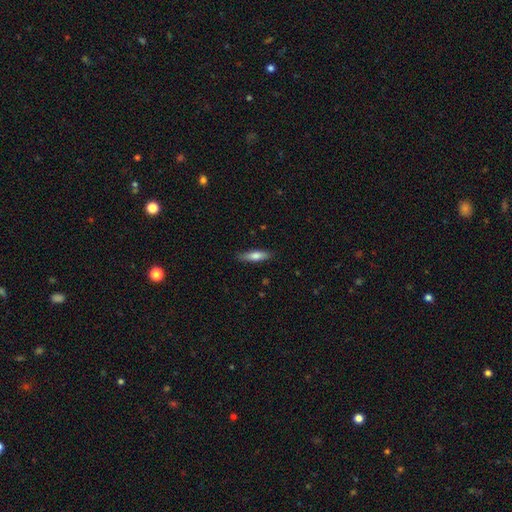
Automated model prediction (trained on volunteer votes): smooth-or-featured: smooth: 74% | featured or disk: 20% | star or artifact: 6%
  how-rounded: cigar-shaped: 66% | in between: 33% | round: 2%
  merging: none: 84% | minor disturbance: 12% | major disturbance: 2% | merger: 1%